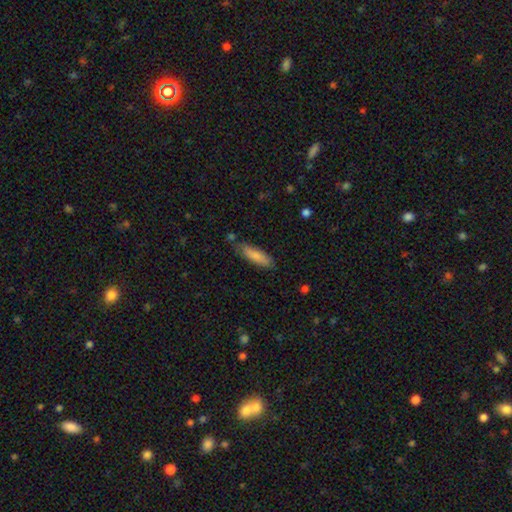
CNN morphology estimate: The model was most divided on "how rounded": cigar-shaped: 54%, in between: 44%, round: 1%. More confident: smooth or featured — smooth (83%); merging — none (74%).